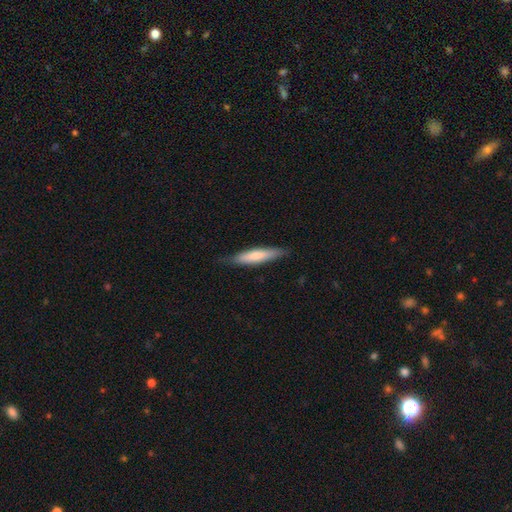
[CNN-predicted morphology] smooth_or_featured: smooth (p=0.70) [alt: featured or disk p=0.25]
how_rounded: cigar-shaped (p=0.85) [alt: in between p=0.13]
merging: none (p=0.82) [alt: minor disturbance p=0.14]